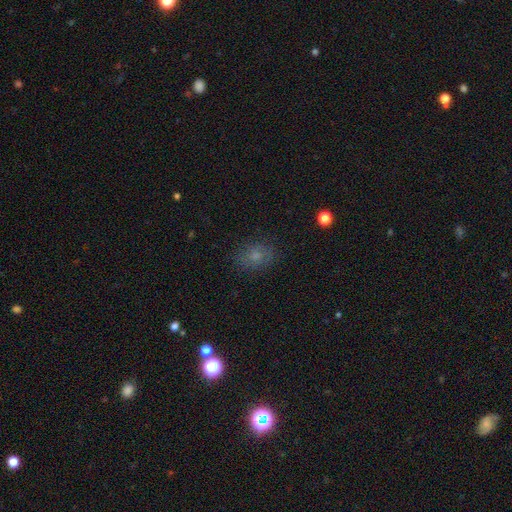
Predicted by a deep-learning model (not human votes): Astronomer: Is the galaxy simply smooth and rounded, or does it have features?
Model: smooth — 69%.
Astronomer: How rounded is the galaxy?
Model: in between — 64%.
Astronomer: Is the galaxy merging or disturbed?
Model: none — 81%.